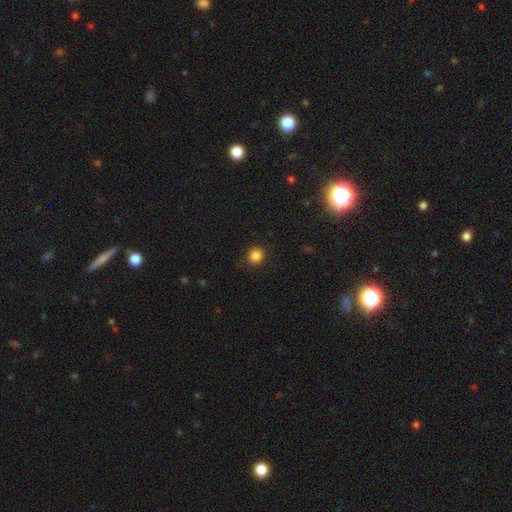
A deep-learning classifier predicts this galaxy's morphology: Smooth or featured? Predicted: smooth (p=0.85). How rounded? Predicted: round (p=0.86). Merging? Predicted: none (p=0.85).